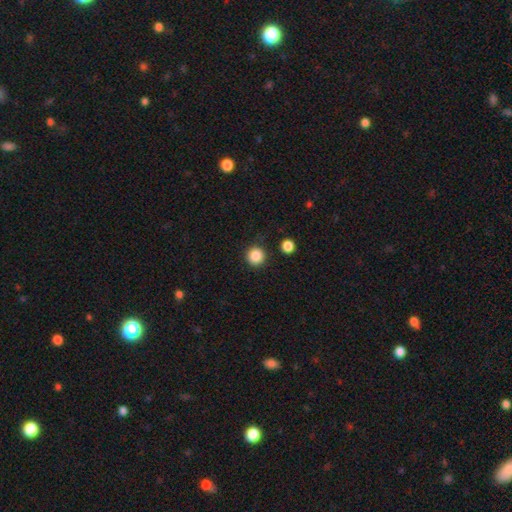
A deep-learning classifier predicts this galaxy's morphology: smooth_or_featured: smooth (p=0.86) [alt: star or artifact p=0.10]
how_rounded: round (p=0.95) [alt: in between p=0.04]
merging: none (p=0.89) [alt: minor disturbance p=0.06]